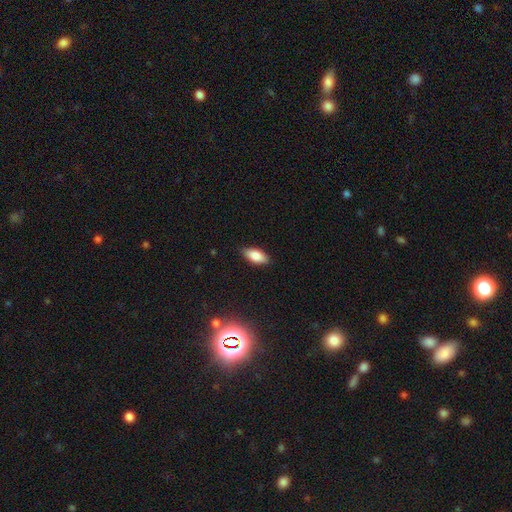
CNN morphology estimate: type=smooth (84%); roundness=in between (88%); merging=none (86%).